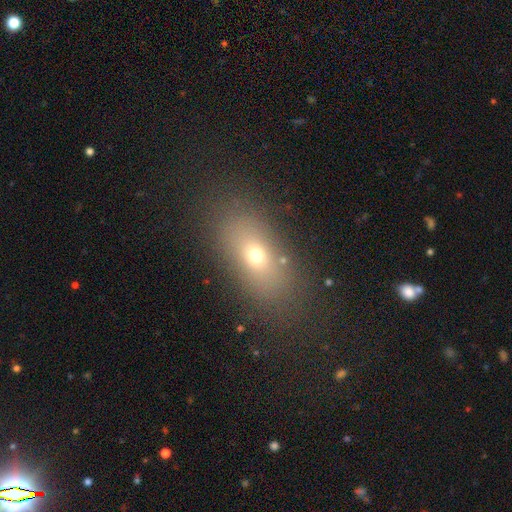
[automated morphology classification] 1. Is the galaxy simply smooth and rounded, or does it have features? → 65% smooth, 19% featured or disk, 15% star or artifact.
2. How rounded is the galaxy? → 80% in between, 12% round, 8% cigar-shaped.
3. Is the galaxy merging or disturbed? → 79% none, 12% minor disturbance, 7% major disturbance, 2% merger.